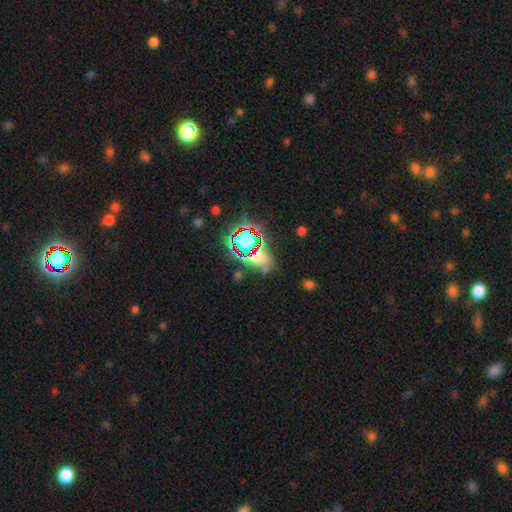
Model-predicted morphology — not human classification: The model was most divided on "smooth or featured": star or artifact: 59%, smooth: 28%, featured or disk: 13%.